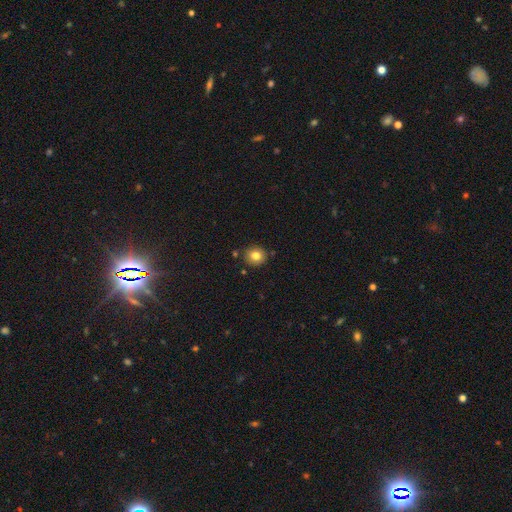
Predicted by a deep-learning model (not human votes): Overall: smooth (81%). How rounded: round (85%). Merging: none (85%).